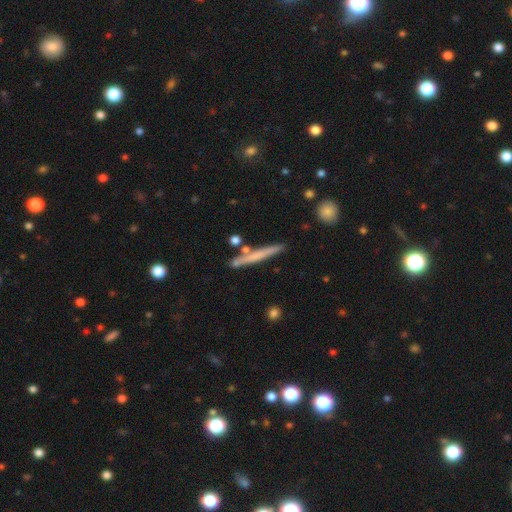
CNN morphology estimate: smooth_or_featured: smooth (p=0.52) [alt: featured or disk p=0.41]
how_rounded: cigar-shaped (p=0.95) [alt: in between p=0.03]
merging: none (p=0.82) [alt: minor disturbance p=0.10]